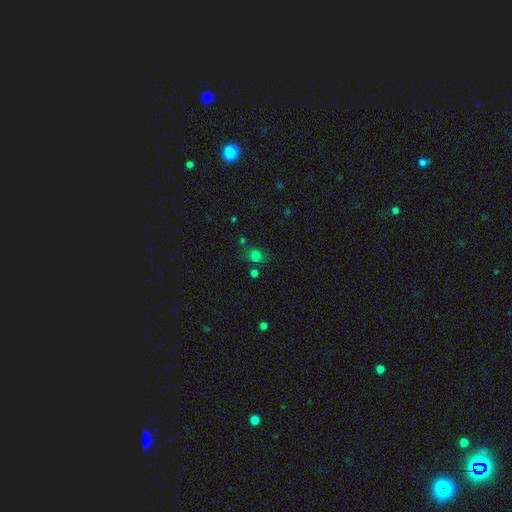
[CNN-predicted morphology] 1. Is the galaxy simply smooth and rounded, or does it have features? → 72% smooth, 22% star or artifact, 6% featured or disk.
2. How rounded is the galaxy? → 70% round, 29% in between, 1% cigar-shaped.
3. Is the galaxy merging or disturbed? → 69% none, 15% minor disturbance, 10% merger, 6% major disturbance.